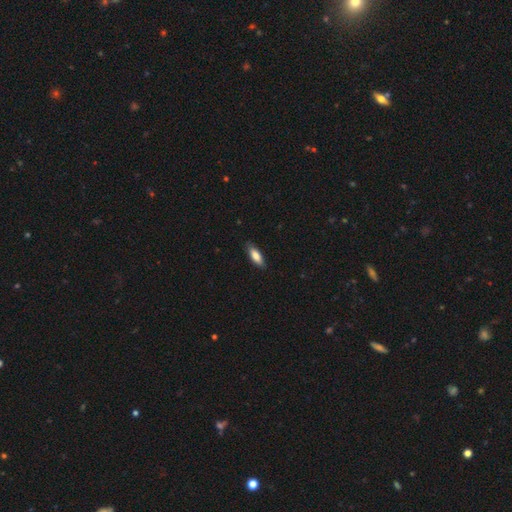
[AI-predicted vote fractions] Smooth or featured: smooth — 82% (featured or disk — 12%)
How rounded: in between — 65% (cigar-shaped — 33%)
Merging: none — 85% (minor disturbance — 12%)